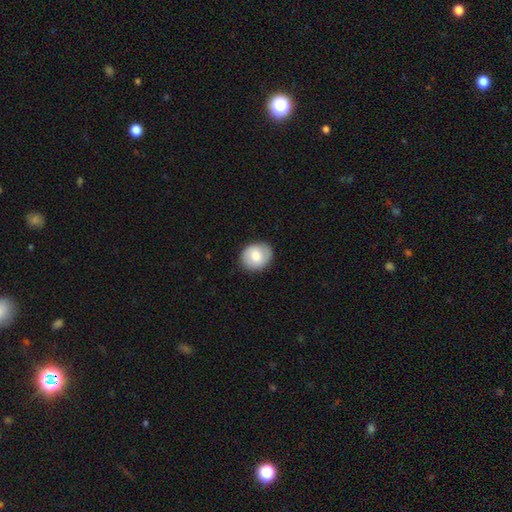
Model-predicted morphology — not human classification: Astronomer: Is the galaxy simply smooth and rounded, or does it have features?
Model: smooth — 74%.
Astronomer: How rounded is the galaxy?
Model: round — 64%.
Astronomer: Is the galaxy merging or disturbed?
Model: none — 87%.